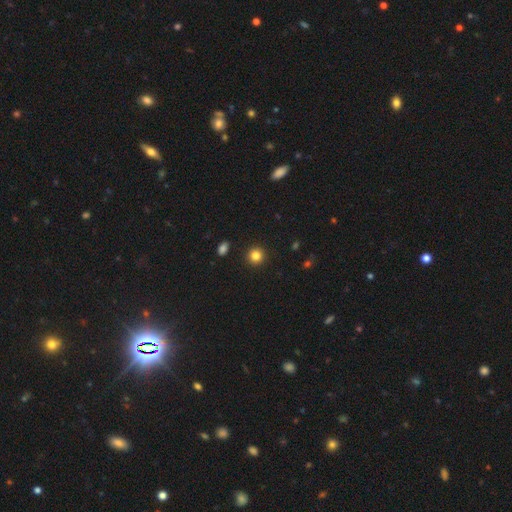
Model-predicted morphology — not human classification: A smooth galaxy with no disk features (84%) that is round (93%).

Vote fractions:
- Smooth or featured? smooth: 84% / star or artifact: 11% / featured or disk: 5%
- How rounded? round: 93% / in between: 6% / cigar-shaped: 1%
- Merging? none: 92% / minor disturbance: 4% / major disturbance: 2% / merger: 1%